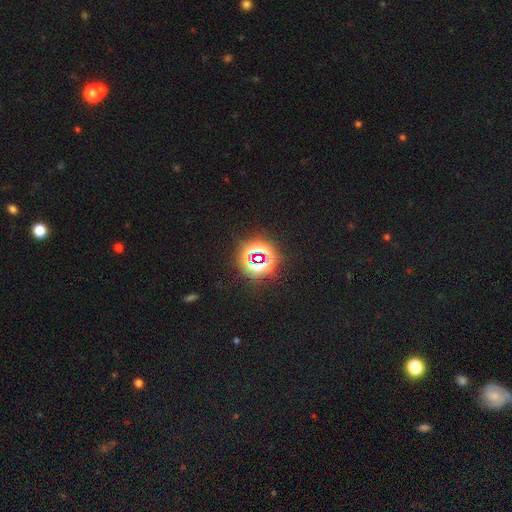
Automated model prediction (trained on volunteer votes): Smooth or featured? star or artifact (79%)